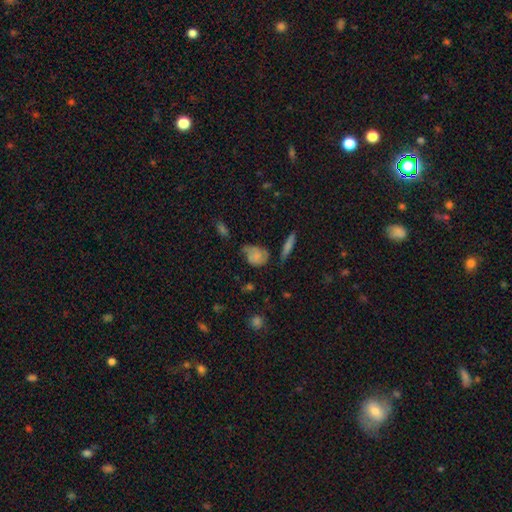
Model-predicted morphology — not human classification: A smooth galaxy with no disk features (58%) that is in between round and cigar-shaped (62%). Merging: none (43%).